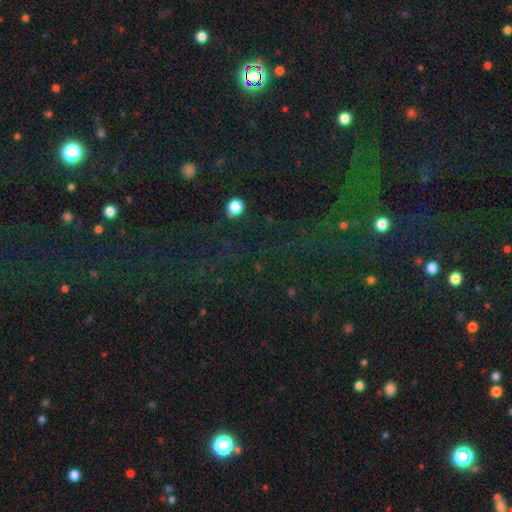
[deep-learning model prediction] The model was most divided on "smooth or featured": star or artifact: 74%, smooth: 17%, featured or disk: 9%.